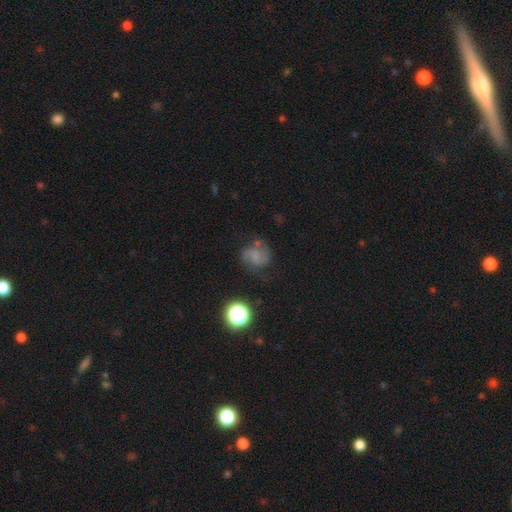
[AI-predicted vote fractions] Smooth or featured? featured or disk (46%)
Merging? none (58%)